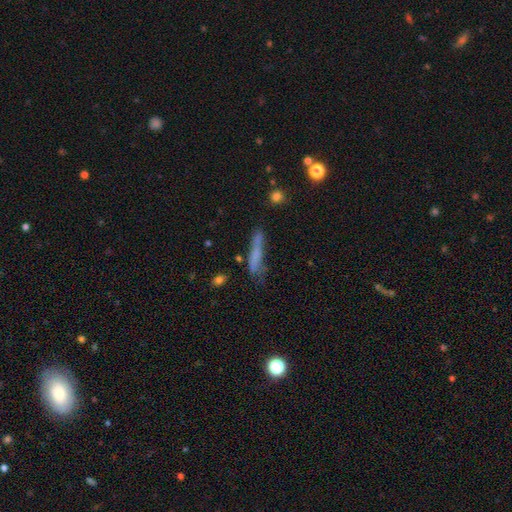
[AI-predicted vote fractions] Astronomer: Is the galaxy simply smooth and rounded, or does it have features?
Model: smooth — 61%.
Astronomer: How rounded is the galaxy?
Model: cigar-shaped — 88%.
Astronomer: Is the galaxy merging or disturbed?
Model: none — 55%.